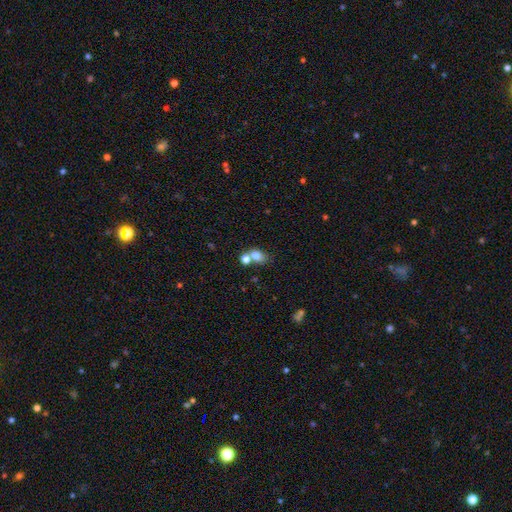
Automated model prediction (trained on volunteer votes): smooth 77%, star or artifact 12%, featured or disk 11%. Down the decision tree: how rounded — in between (66%); merging — none (45%).